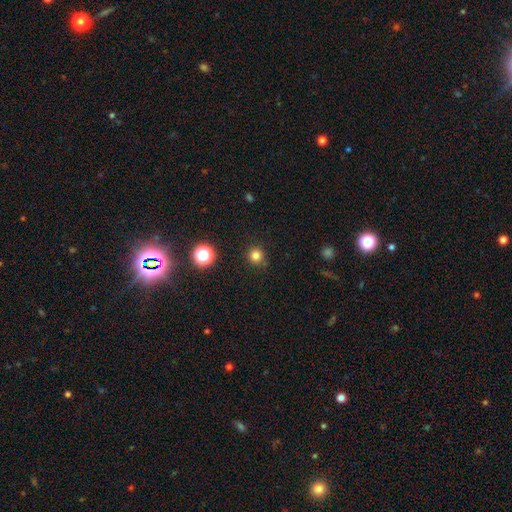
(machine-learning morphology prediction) smooth_or_featured: smooth (p=0.80) [alt: star or artifact p=0.15]
how_rounded: round (p=0.94) [alt: in between p=0.05]
merging: none (p=0.88) [alt: minor disturbance p=0.08]